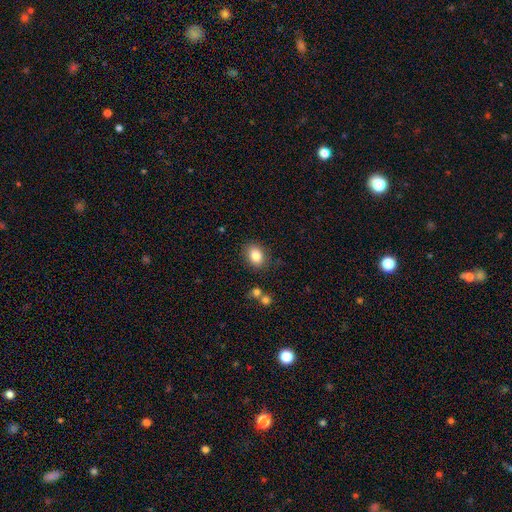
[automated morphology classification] smooth 84%, star or artifact 9%, featured or disk 7%. Down the decision tree: how rounded — in between (66%); merging — none (81%).